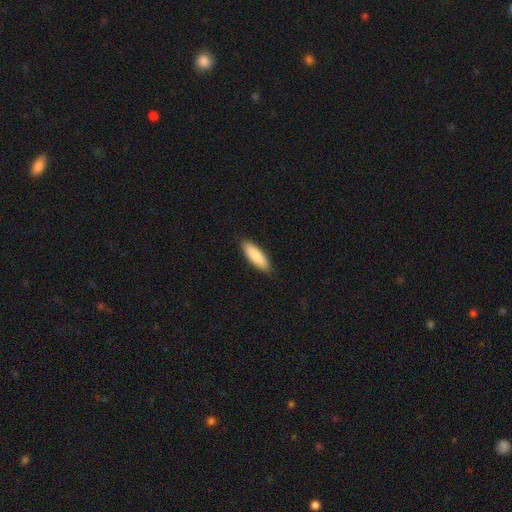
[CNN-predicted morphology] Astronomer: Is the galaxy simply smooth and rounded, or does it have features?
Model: smooth — 83%.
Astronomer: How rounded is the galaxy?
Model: in between — 54% (runner-up: cigar-shaped, 45%).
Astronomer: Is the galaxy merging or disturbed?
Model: none — 88%.